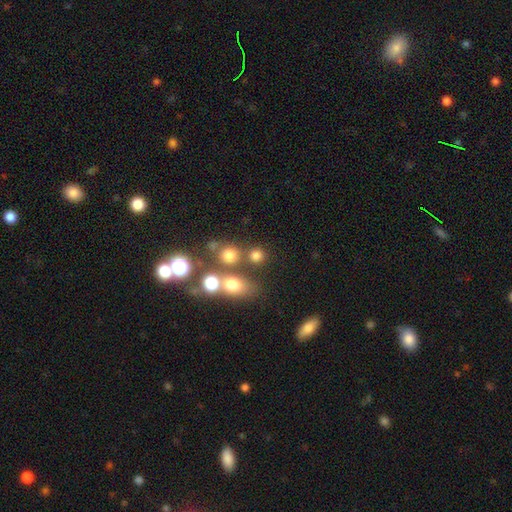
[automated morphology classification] A smooth galaxy with no disk features (75%) that is round (84%).

Vote fractions:
- Smooth or featured? smooth: 75% / star or artifact: 17% / featured or disk: 8%
- How rounded? round: 84% / in between: 14% / cigar-shaped: 1%
- Merging? none: 65% / merger: 21% / minor disturbance: 9% / major disturbance: 5%